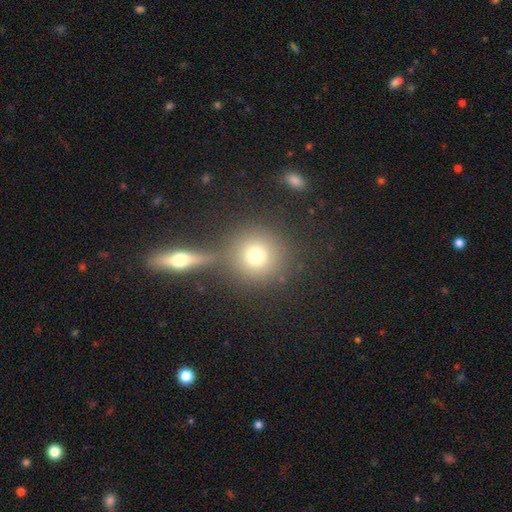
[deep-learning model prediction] Morphology: type=smooth (73%); roundness=round (91%); merging=none (68%).